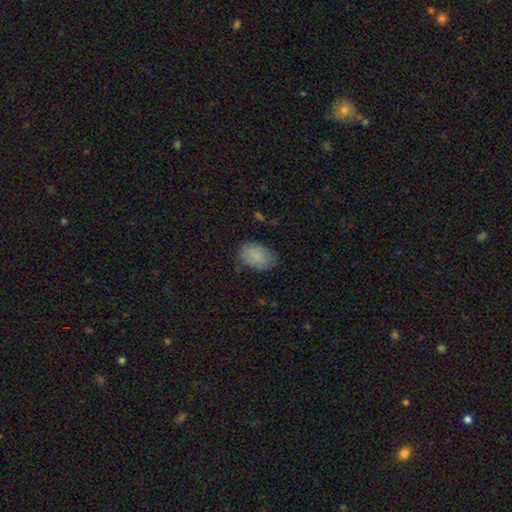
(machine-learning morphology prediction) smooth_or_featured: smooth (p=0.86) [alt: star or artifact p=0.07]
how_rounded: in between (p=0.84) [alt: round p=0.15]
merging: none (p=0.77) [alt: minor disturbance p=0.18]